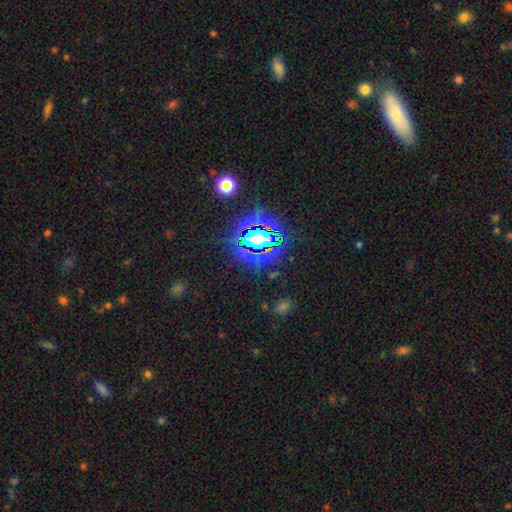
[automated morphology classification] star or artifact 77%, smooth 15%, featured or disk 9%.